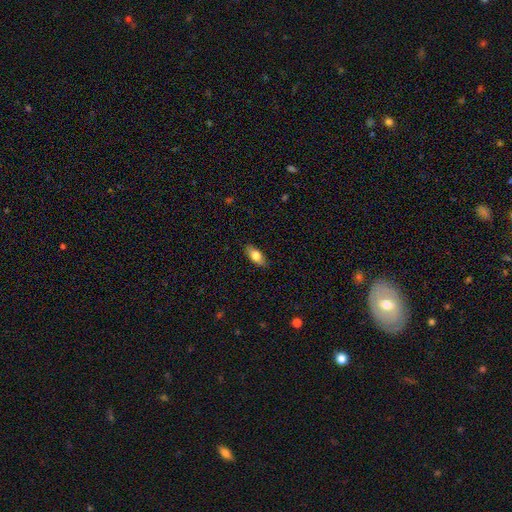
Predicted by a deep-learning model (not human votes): Morphology: type=smooth (76%); roundness=in between (84%); merging=none (86%).